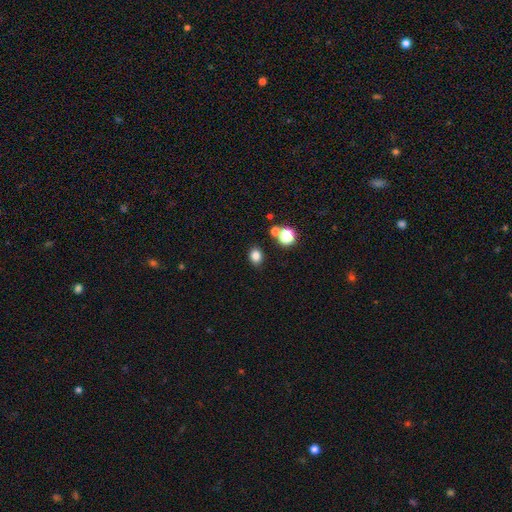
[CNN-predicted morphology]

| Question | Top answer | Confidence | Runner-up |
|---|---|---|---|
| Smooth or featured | smooth | 81% | star or artifact (14%) |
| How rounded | round | 50% | in between (49%) |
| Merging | none | 85% | minor disturbance (8%) |